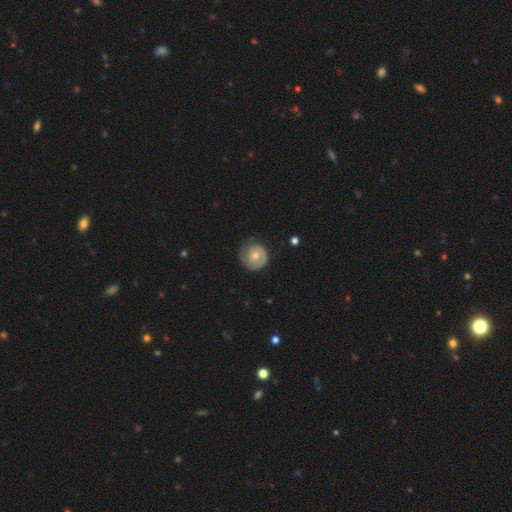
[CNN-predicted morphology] Overall: featured or disk (59%; smooth 36%). Edge-on disk: no (97%). Bar: no (84%). Spiral arms: yes (76%). Bulge size: moderate (63%; small 32%). Merging: none (69%).